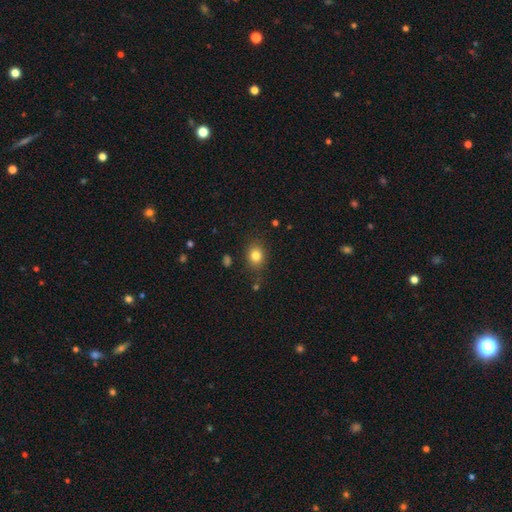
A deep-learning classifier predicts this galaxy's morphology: Overall: smooth (81%). How rounded: round (63%; in between 36%). Merging: none (82%).